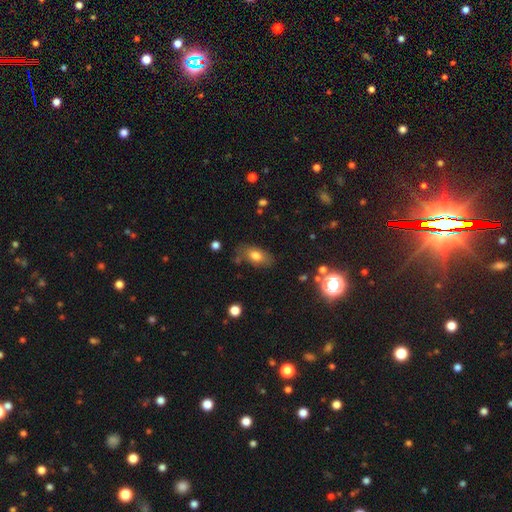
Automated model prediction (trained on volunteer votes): Smooth or featured? Predicted: smooth (p=0.75). How rounded? Predicted: in between (p=0.88). Merging? Predicted: none (p=0.73).